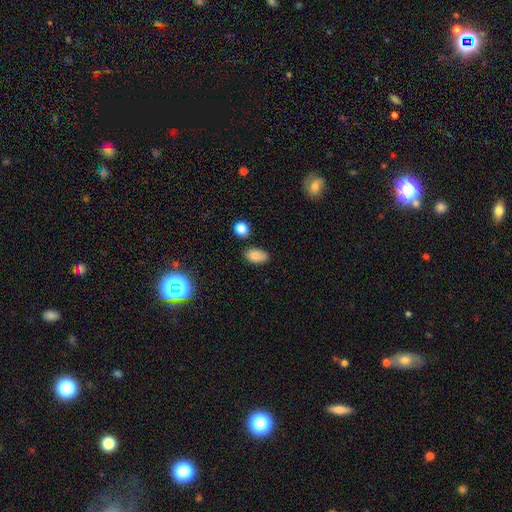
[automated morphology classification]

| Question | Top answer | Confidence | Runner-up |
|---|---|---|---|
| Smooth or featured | smooth | 84% | star or artifact (10%) |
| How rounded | in between | 90% | round (8%) |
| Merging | none | 77% | minor disturbance (15%) |